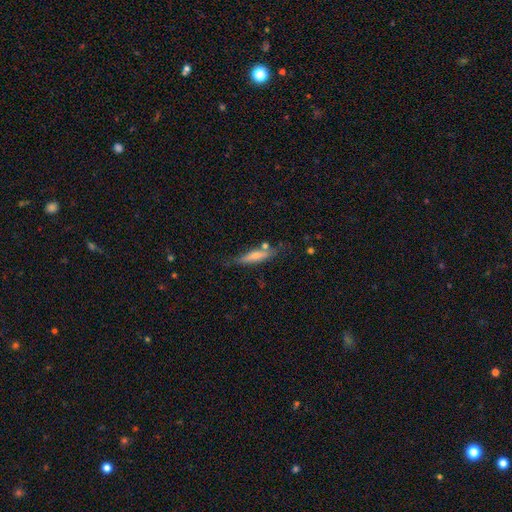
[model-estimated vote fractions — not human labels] A smooth galaxy with no disk features (60%) that is cigar-shaped (80%).

Vote fractions:
- Smooth or featured? smooth: 60% / featured or disk: 34% / star or artifact: 7%
- How rounded? cigar-shaped: 80% / in between: 18% / round: 2%
- Merging? none: 67% / minor disturbance: 19% / merger: 8% / major disturbance: 5%